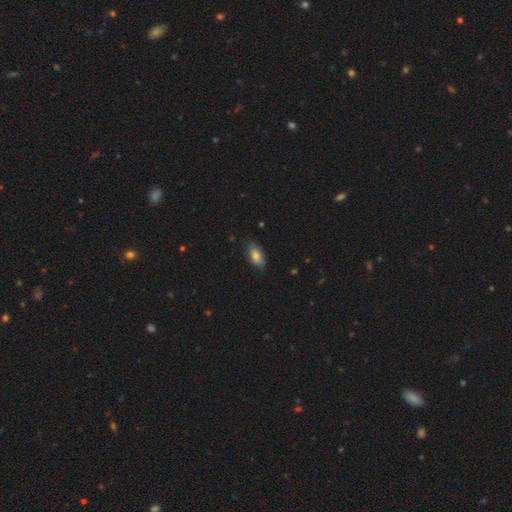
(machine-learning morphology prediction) smooth 79%, featured or disk 13%, star or artifact 7%. Down the decision tree: how rounded — in between (90%); merging — none (80%).